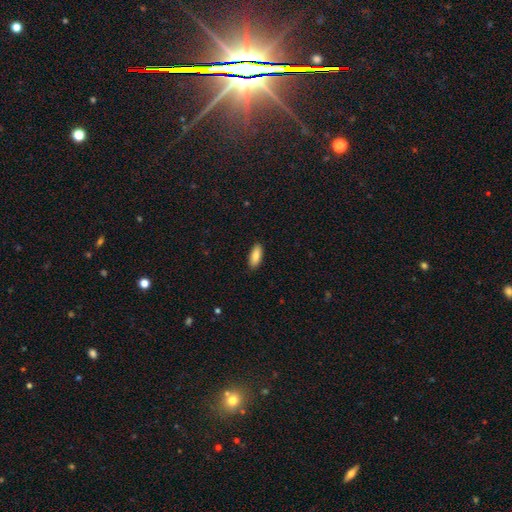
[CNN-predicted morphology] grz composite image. It shows a smooth galaxy with no disk features (86%) that is in between round and cigar-shaped (78%). Merging: none (89%).